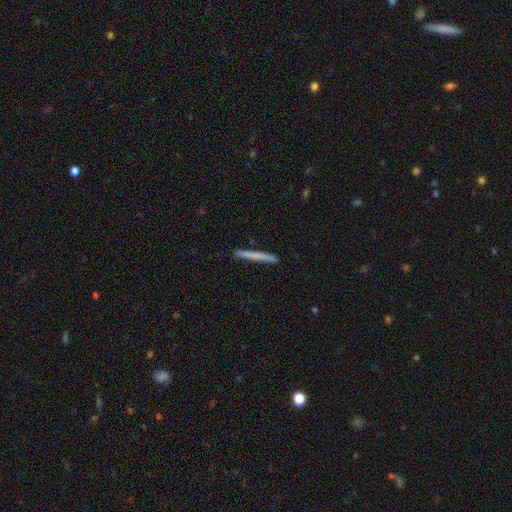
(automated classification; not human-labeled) A smooth galaxy with no disk features (71%) that is cigar-shaped (97%).

Vote fractions:
- Smooth or featured? smooth: 71% / featured or disk: 24% / star or artifact: 5%
- How rounded? cigar-shaped: 97% / in between: 2% / round: 1%
- Merging? none: 91% / minor disturbance: 6% / major disturbance: 1% / merger: 1%